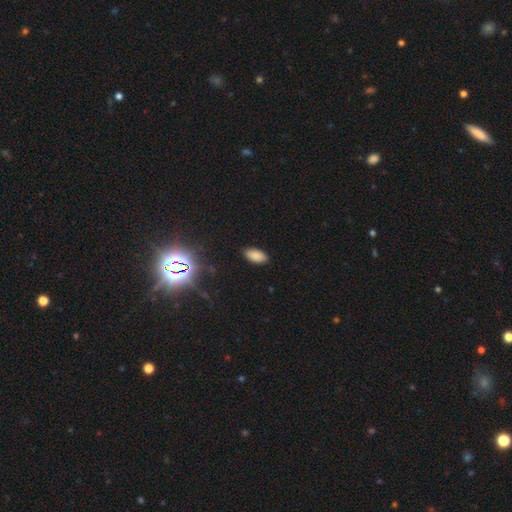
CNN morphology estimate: Smooth or featured?
  - smooth: 84% *
  - star or artifact: 12%
  - featured or disk: 4%
How rounded?
  - in between: 93% *
  - cigar-shaped: 4%
  - round: 2%
Merging?
  - none: 88% *
  - minor disturbance: 9%
  - major disturbance: 2%
  - merger: 1%